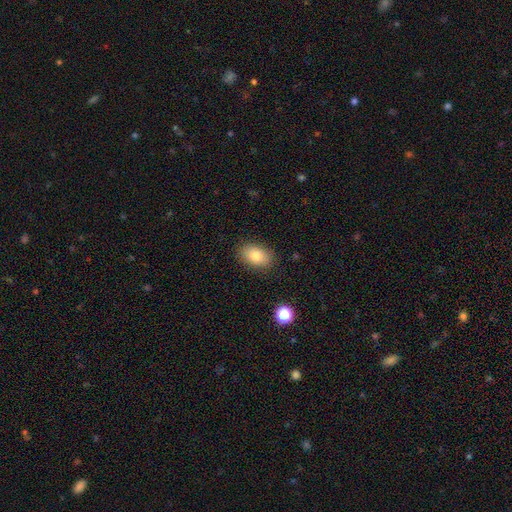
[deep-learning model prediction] Q: Smooth or featured?
A: smooth (81%); runner-up: featured or disk (10%)
Q: How rounded?
A: in between (86%); runner-up: round (13%)
Q: Merging?
A: none (86%); runner-up: minor disturbance (10%)